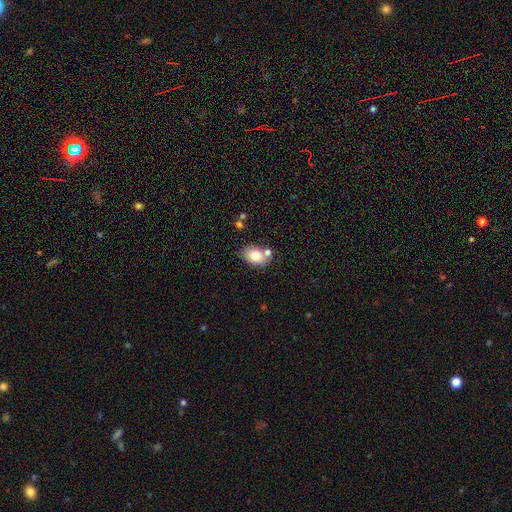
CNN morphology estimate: A smooth galaxy with no disk features (78%) that is in between round and cigar-shaped (77%).

Vote fractions:
- Smooth or featured? smooth: 78% / featured or disk: 14% / star or artifact: 9%
- How rounded? in between: 77% / round: 22% / cigar-shaped: 1%
- Merging? none: 64% / merger: 18% / minor disturbance: 14% / major disturbance: 4%